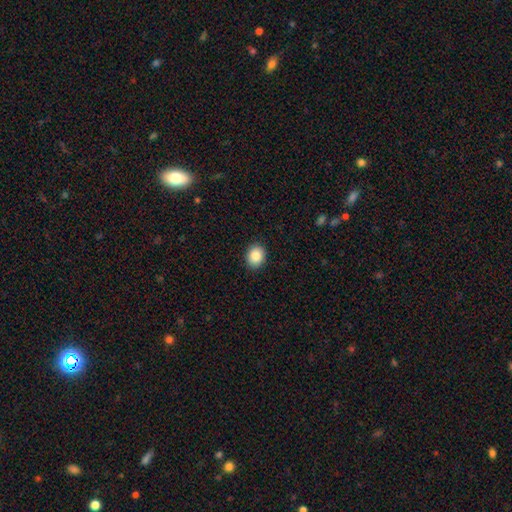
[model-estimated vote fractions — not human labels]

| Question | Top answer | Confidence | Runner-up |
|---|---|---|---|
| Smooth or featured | smooth | 87% | star or artifact (8%) |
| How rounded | round | 54% | in between (46%) |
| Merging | none | 90% | minor disturbance (7%) |